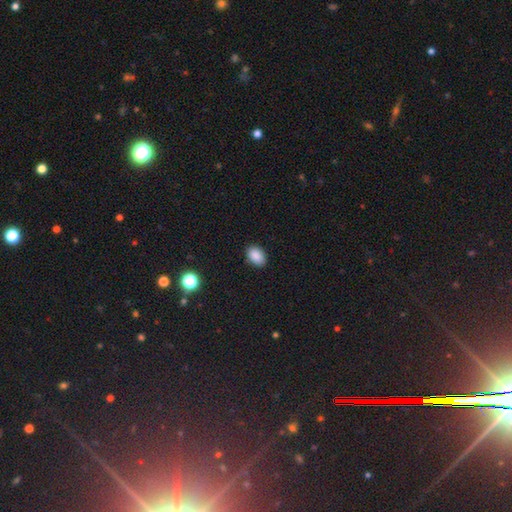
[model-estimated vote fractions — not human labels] Morphology: type=smooth (88%); roundness=in between (83%); merging=none (87%).